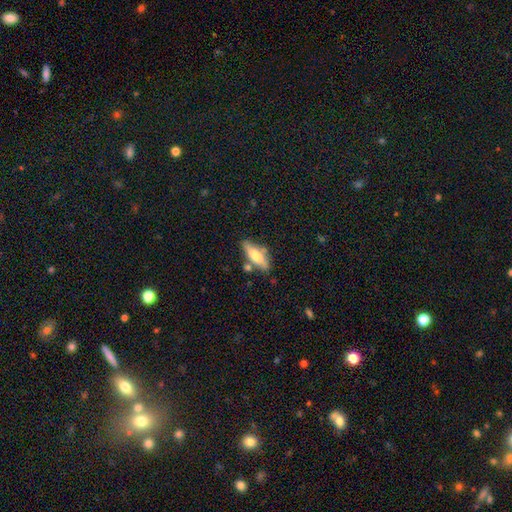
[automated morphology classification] smooth_or_featured: smooth (p=0.61) [alt: featured or disk p=0.32]
how_rounded: in between (p=0.53) [alt: cigar-shaped p=0.45]
merging: none (p=0.64) [alt: minor disturbance p=0.19]